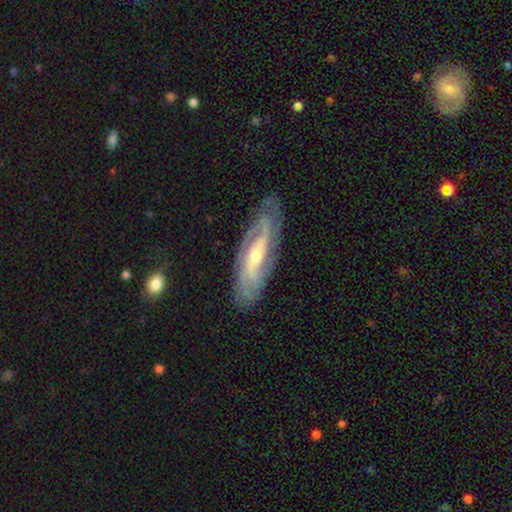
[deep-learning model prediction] featured or disk 84%, smooth 11%, star or artifact 5%. Down the decision tree: edge-on disk — no (85%); bar — no (46%); spiral arms — yes (95%); spiral arm count — 2 (46%); spiral winding — tight (48%); bulge size — small (55%); merging — none (78%).